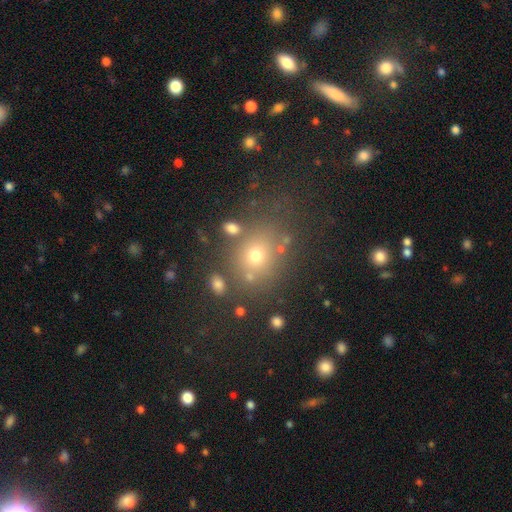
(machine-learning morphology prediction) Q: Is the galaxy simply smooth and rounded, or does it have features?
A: smooth — 61%.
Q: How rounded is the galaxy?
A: round — 71%.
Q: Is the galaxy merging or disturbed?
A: none — 75%.